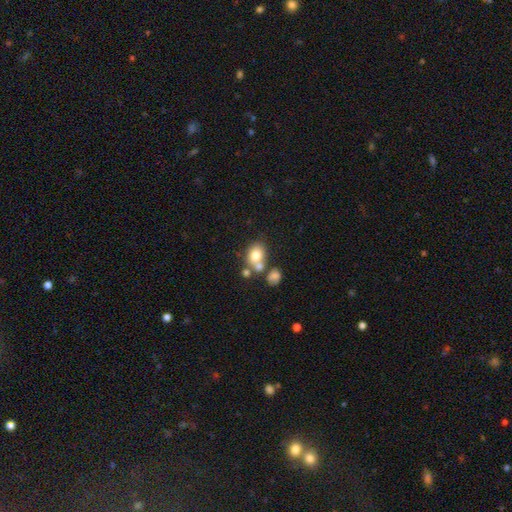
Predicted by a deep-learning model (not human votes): Q: Smooth or featured?
A: smooth (74%); runner-up: featured or disk (16%)
Q: How rounded?
A: in between (52%); runner-up: round (47%)
Q: Merging?
A: none (45%); runner-up: merger (37%)